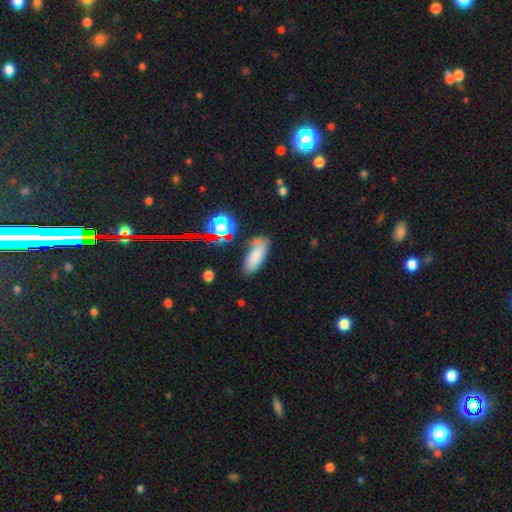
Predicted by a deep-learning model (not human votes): The model was most divided on "merging": none: 69%, minor disturbance: 19%, major disturbance: 6%, merger: 6%. More confident: how rounded — in between (78%); smooth or featured — smooth (75%).